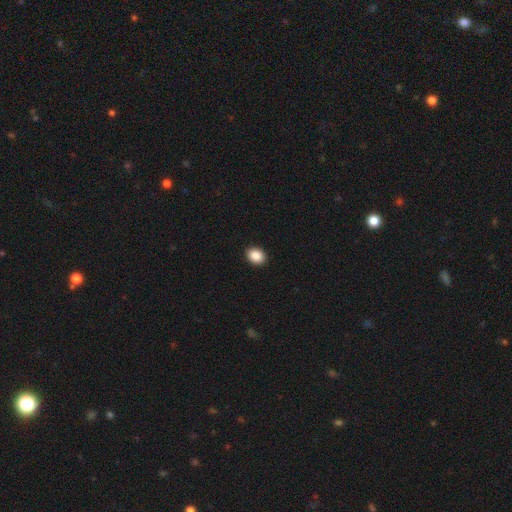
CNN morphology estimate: Smooth or featured? Predicted: smooth (p=0.89). How rounded? Predicted: in between (p=0.57). Merging? Predicted: none (p=0.92).